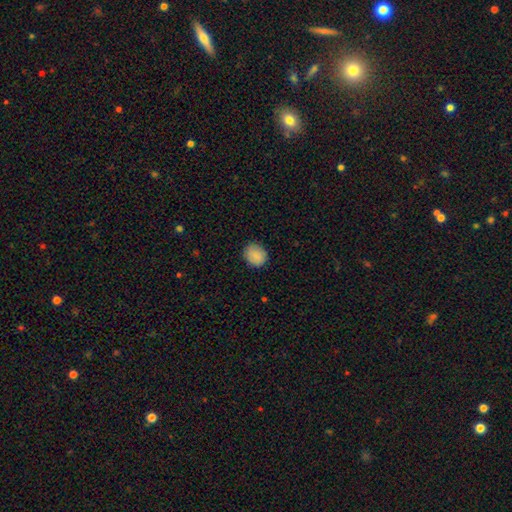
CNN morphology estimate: Q: Smooth or featured?
A: smooth (87%); runner-up: star or artifact (8%)
Q: How rounded?
A: round (68%); runner-up: in between (31%)
Q: Merging?
A: none (84%); runner-up: minor disturbance (12%)